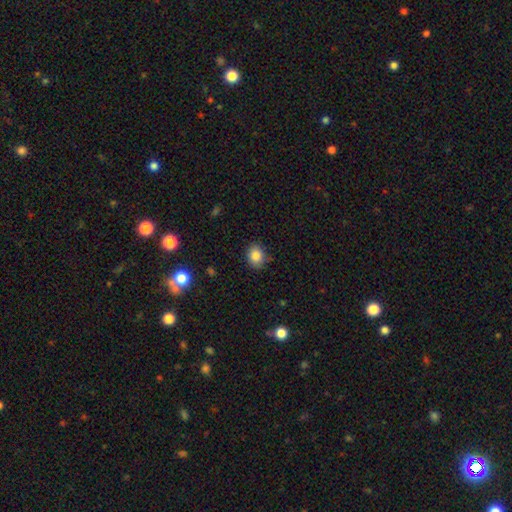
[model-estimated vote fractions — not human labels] This is clearly a smooth galaxy (84%). How rounded: likely round (63%). Merging: likely none (80%).